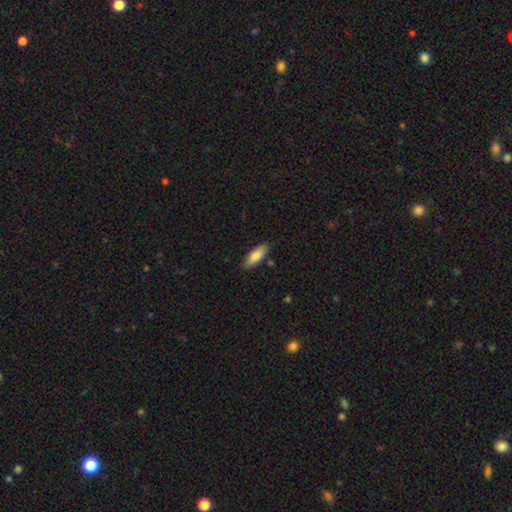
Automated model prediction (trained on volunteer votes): A smooth galaxy with no disk features (83%) that is in between round and cigar-shaped (68%). Merging: none (84%).